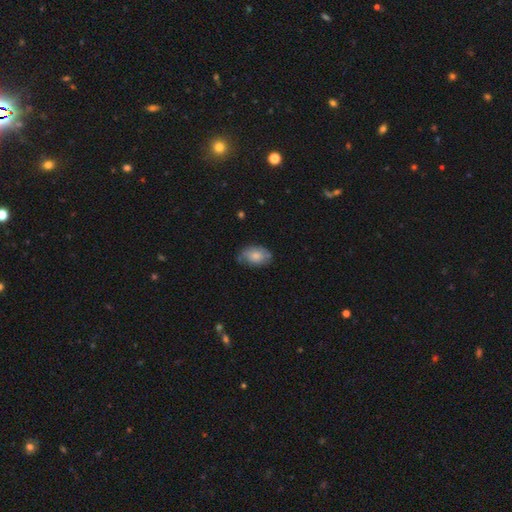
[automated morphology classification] Q: Smooth or featured?
A: smooth (70%); runner-up: featured or disk (23%)
Q: How rounded?
A: in between (86%); runner-up: round (13%)
Q: Merging?
A: none (62%); runner-up: minor disturbance (29%)